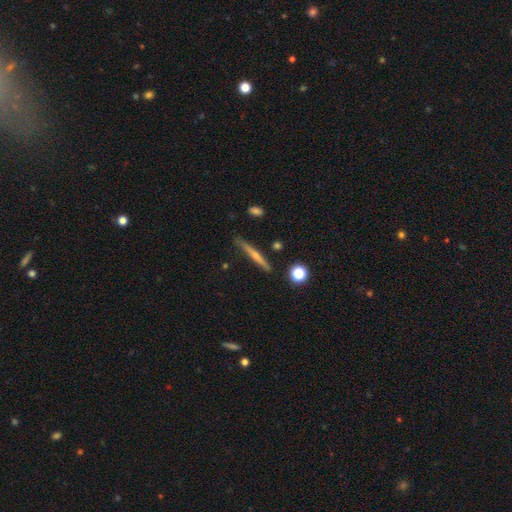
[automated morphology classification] The model was most divided on "smooth or featured" (2-way tie): featured or disk: 46%, smooth: 46%, star or artifact: 8%. More confident: merging — none (84%).